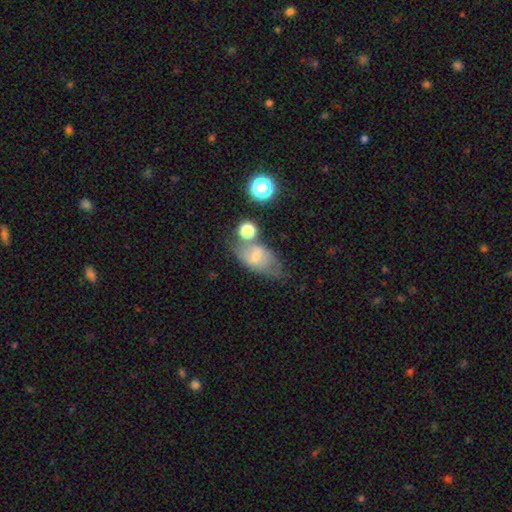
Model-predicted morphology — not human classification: Smooth or featured: smooth — 45% (featured or disk — 44%)
Merging: none — 48% (minor disturbance — 22%)